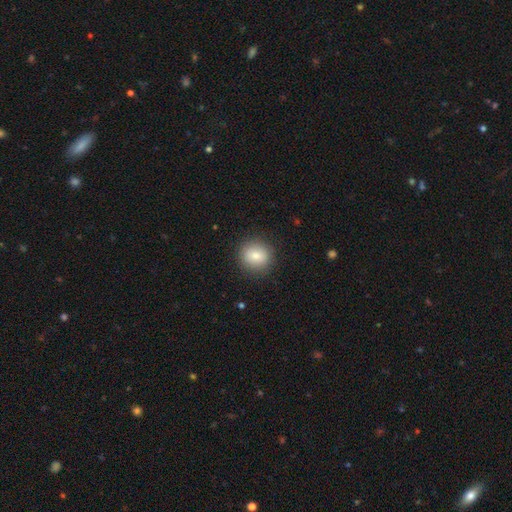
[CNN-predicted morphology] A smooth galaxy with no disk features (81%) that is round (85%).

Vote fractions:
- Smooth or featured? smooth: 81% / featured or disk: 10% / star or artifact: 9%
- How rounded? round: 85% / in between: 14% / cigar-shaped: 1%
- Merging? none: 88% / minor disturbance: 8% / major disturbance: 3% / merger: 1%